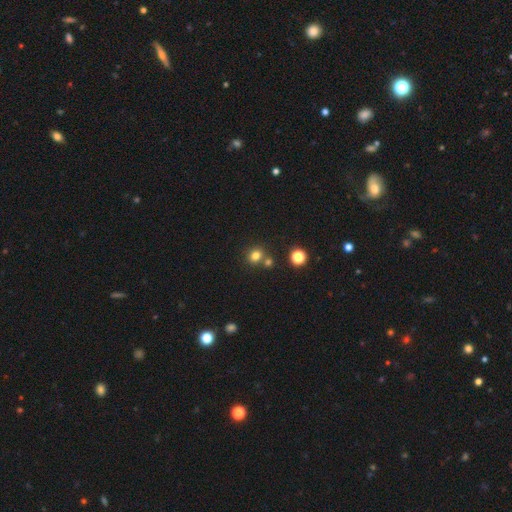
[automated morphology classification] Smooth or featured? smooth (78%)
How rounded? round (74%)
Merging? none (66%)